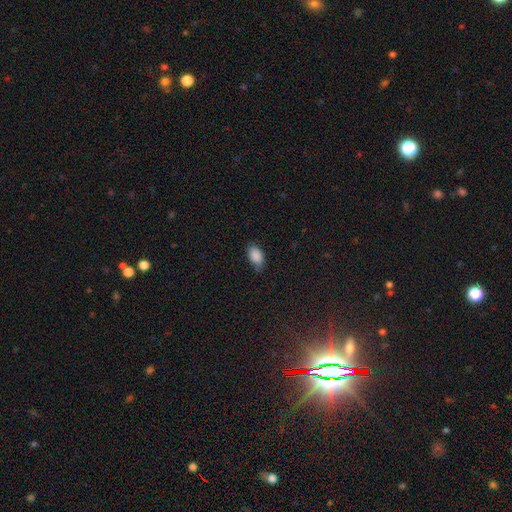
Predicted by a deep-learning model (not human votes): Q: Smooth or featured?
A: smooth (88%); runner-up: star or artifact (8%)
Q: How rounded?
A: in between (92%); runner-up: round (6%)
Q: Merging?
A: none (72%); runner-up: minor disturbance (22%)